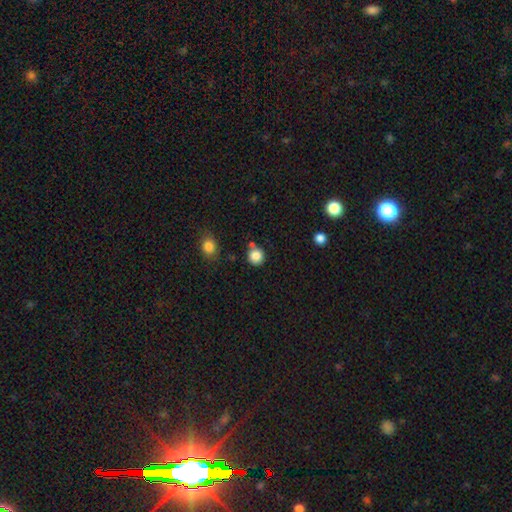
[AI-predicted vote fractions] smooth 85%, star or artifact 10%, featured or disk 5%. Down the decision tree: how rounded — round (90%); merging — none (76%).